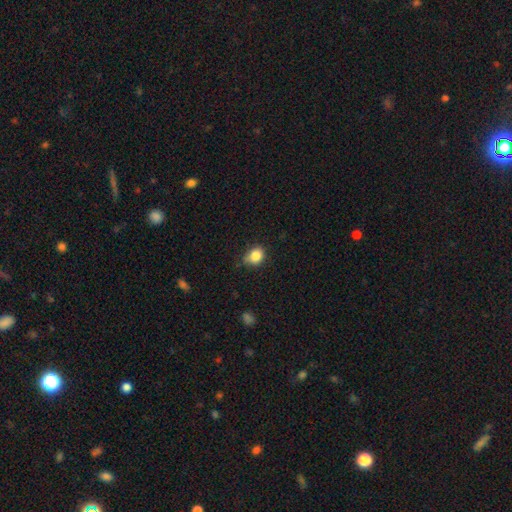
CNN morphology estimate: smooth-or-featured: smooth: 84% | star or artifact: 10% | featured or disk: 6%
  how-rounded: round: 56% | in between: 43% | cigar-shaped: 1%
  merging: none: 65% | minor disturbance: 28% | major disturbance: 5% | merger: 2%